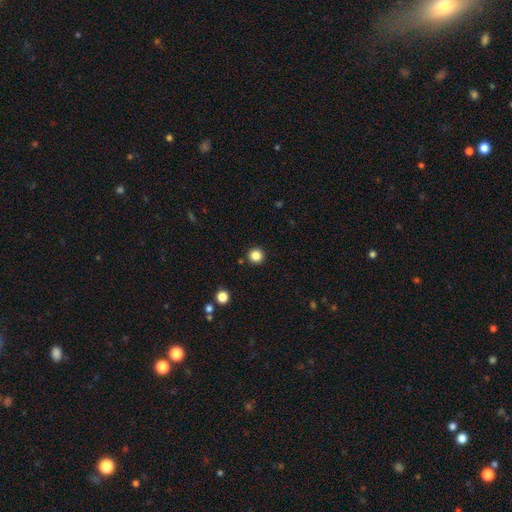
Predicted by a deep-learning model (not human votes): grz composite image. It shows a smooth galaxy with no disk features (85%) that is round (95%). Merging: none (92%).